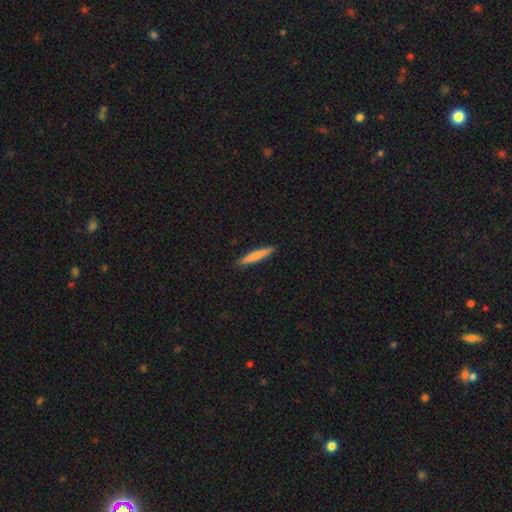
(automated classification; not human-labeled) The model was most divided on "smooth or featured": smooth: 73%, featured or disk: 21%, star or artifact: 5%. More confident: how rounded — cigar-shaped (94%); merging — none (91%).